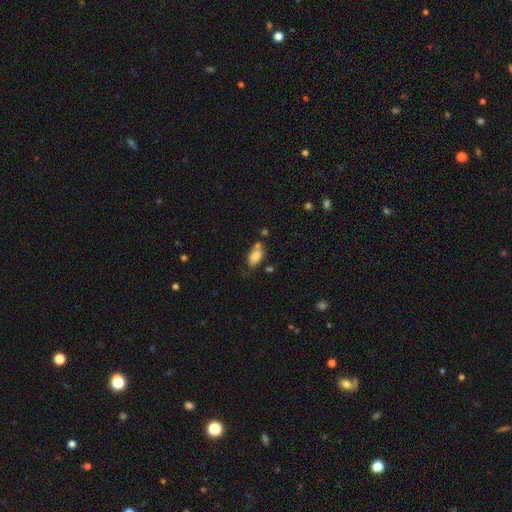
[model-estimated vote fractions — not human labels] Morphology: type=smooth (81%); roundness=in between (90%); merging=none (48%).